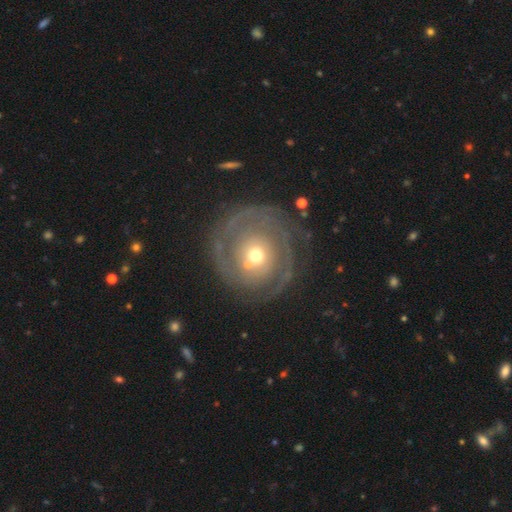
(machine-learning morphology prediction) Q: Smooth or featured?
A: featured or disk (80%); runner-up: smooth (14%)
Q: Edge-on disk?
A: no (97%); runner-up: yes (3%)
Q: Bar?
A: no (81%); runner-up: weak (14%)
Q: Spiral arms?
A: yes (86%); runner-up: no (14%)
Q: Spiral winding?
A: tight (66%); runner-up: medium (24%)
Q: Spiral arm count?
A: 2 (48%); runner-up: can't tell (24%)
Q: Bulge size?
A: moderate (52%); runner-up: small (40%)
Q: Merging?
A: none (68%); runner-up: minor disturbance (15%)